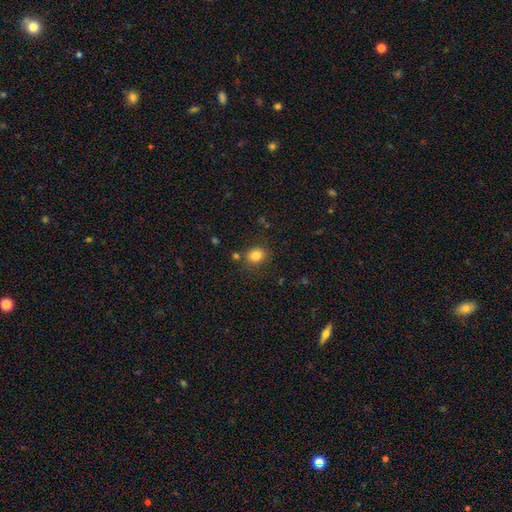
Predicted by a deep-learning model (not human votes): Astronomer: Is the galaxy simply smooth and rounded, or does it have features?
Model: smooth — 83%.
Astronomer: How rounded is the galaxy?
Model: round — 63%.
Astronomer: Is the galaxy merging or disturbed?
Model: none — 79%.